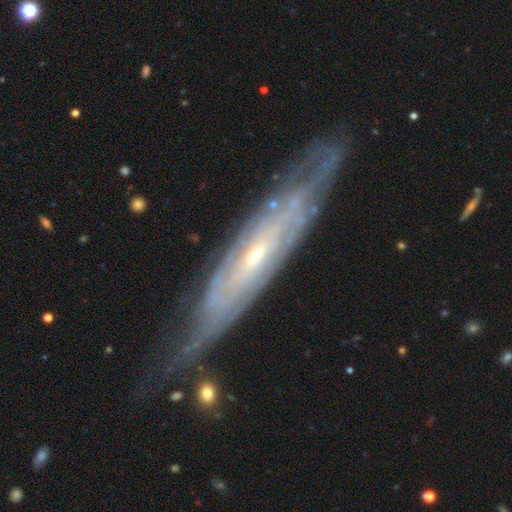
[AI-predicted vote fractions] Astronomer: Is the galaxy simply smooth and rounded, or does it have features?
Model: featured or disk — 83%.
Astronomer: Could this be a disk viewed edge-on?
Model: no — 64%.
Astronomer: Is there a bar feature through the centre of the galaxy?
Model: no — 54% (runner-up: weak, 33%).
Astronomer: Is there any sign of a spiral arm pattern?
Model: yes — 89%.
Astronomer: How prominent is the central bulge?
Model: small — 72%.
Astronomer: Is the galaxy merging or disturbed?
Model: none — 68%.